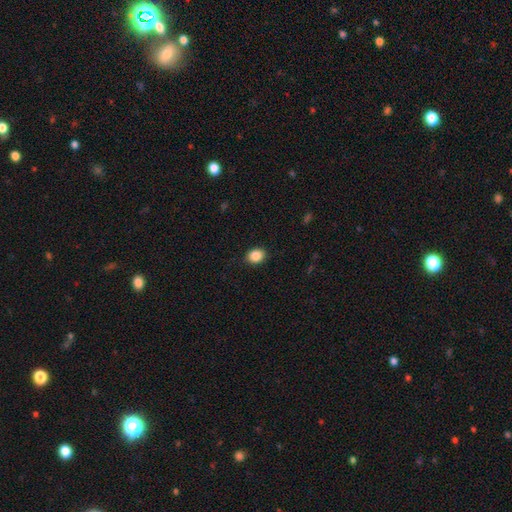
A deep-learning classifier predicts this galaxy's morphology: Overall: smooth (88%). How rounded: round (52%; in between 47%). Merging: none (89%).